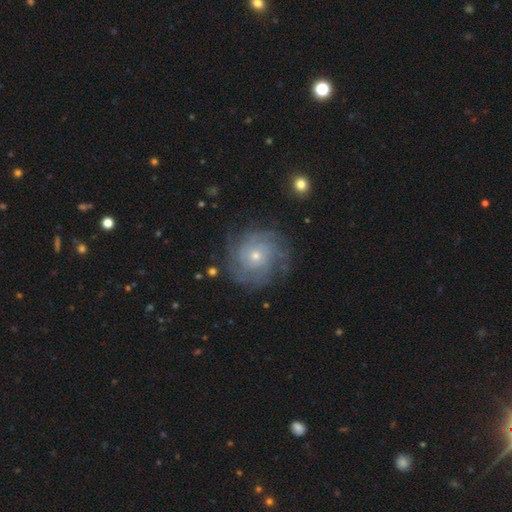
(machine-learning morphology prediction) The model was most divided on "spiral arm count": can't tell: 33%, 4: 22%, 3: 15%, more than 4: 14%, 2: 9%, 1: 7%. More confident: edge-on disk — no (98%); spiral arms — yes (95%); smooth or featured — featured or disk (83%); bar — no (81%); merging — none (79%); spiral winding — tight (71%); bulge size — small (63%).